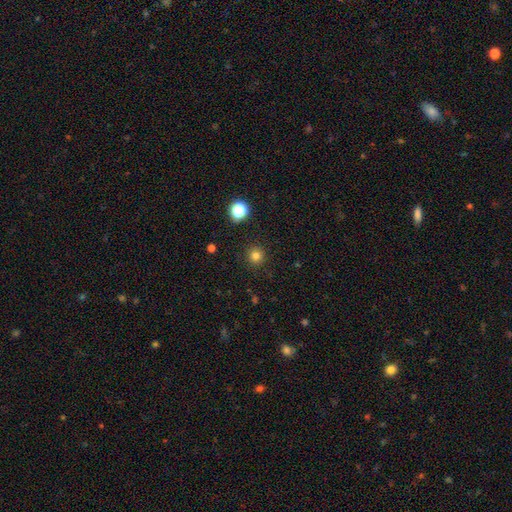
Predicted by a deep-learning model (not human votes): A smooth galaxy with no disk features (79%) that is round (94%). Merging: none (91%).